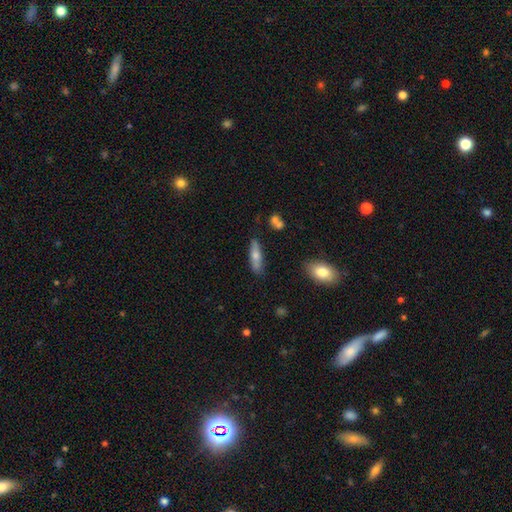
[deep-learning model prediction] smooth_or_featured: smooth (p=0.66) [alt: featured or disk p=0.27]
how_rounded: cigar-shaped (p=0.60) [alt: in between p=0.37]
merging: none (p=0.78) [alt: minor disturbance p=0.15]